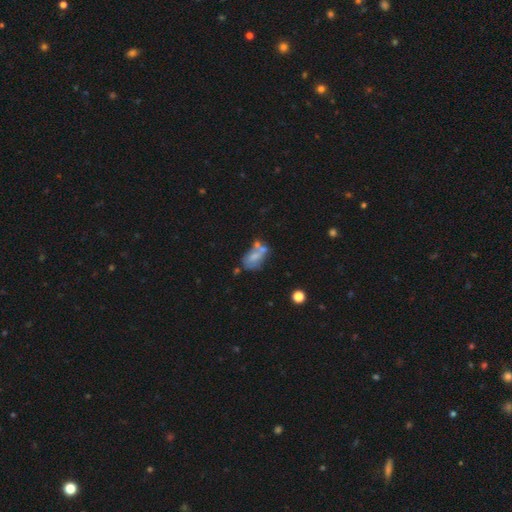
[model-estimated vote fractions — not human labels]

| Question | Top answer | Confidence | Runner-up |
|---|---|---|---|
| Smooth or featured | smooth | 51% | featured or disk (37%) |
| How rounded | in between | 85% | round (11%) |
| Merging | merger | 39% | none (27%) |